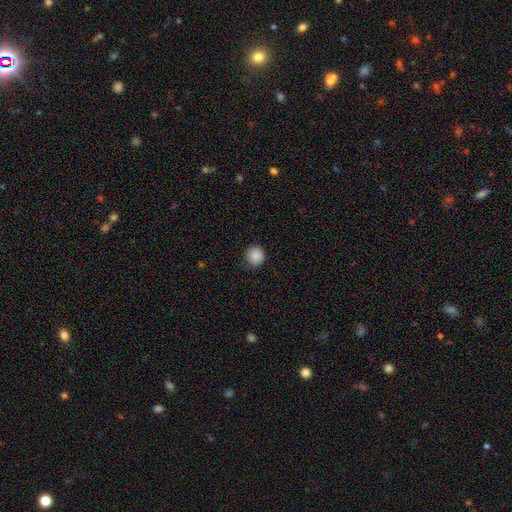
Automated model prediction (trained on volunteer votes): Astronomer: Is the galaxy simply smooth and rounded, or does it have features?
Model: smooth — 86%.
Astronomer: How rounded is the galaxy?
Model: round — 92%.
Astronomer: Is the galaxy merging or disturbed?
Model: none — 86%.